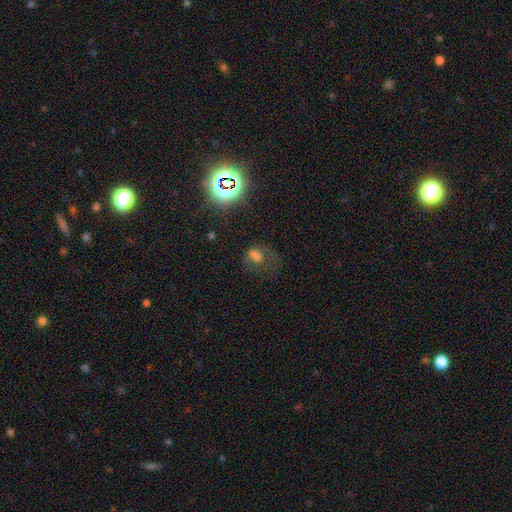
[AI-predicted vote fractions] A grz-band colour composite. It shows a smooth galaxy with no disk features (46%). Merging: none (39%).